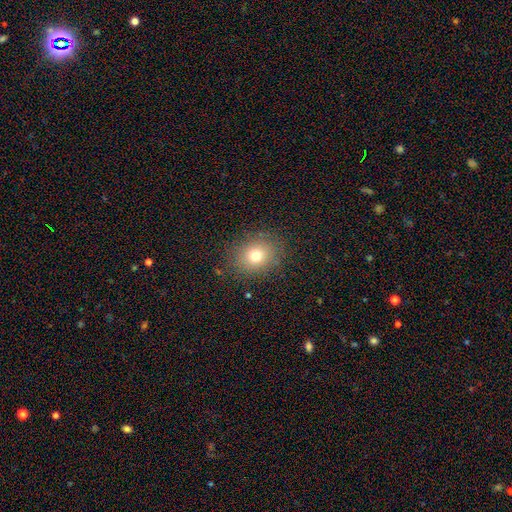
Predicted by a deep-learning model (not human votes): A smooth galaxy with no disk features (75%) that is round (59%).

Vote fractions:
- Smooth or featured? smooth: 75% / star or artifact: 14% / featured or disk: 11%
- How rounded? round: 59% / in between: 40% / cigar-shaped: 1%
- Merging? none: 85% / minor disturbance: 10% / major disturbance: 4% / merger: 1%